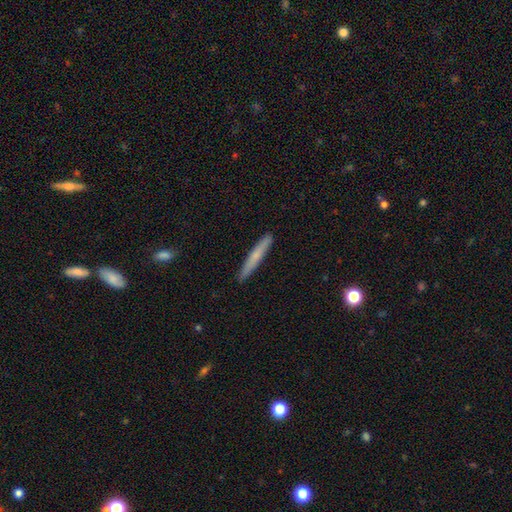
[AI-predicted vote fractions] Smooth or featured: smooth — 62% (featured or disk — 31%)
How rounded: cigar-shaped — 96% (in between — 3%)
Merging: none — 90% (minor disturbance — 7%)